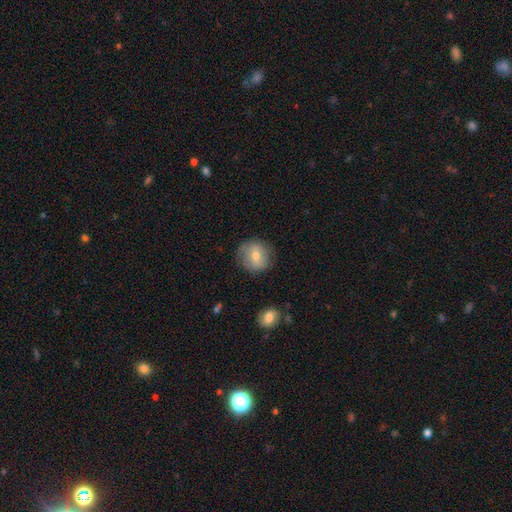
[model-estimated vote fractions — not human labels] smooth 63%, featured or disk 28%, star or artifact 9%. Down the decision tree: how rounded — round (87%); merging — none (81%).